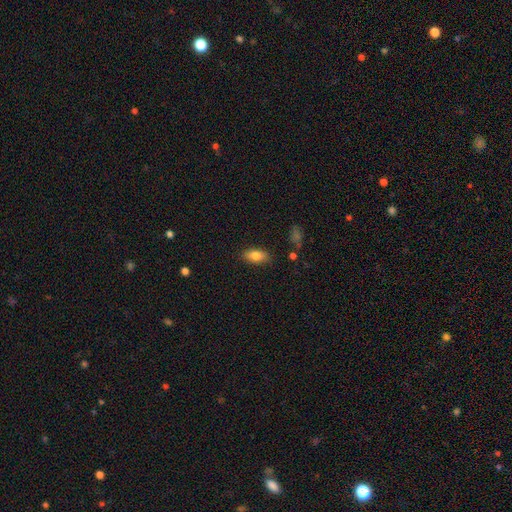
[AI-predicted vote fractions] The model was most divided on "smooth or featured": smooth: 81%, featured or disk: 11%, star or artifact: 8%. More confident: how rounded — in between (87%); merging — none (85%).